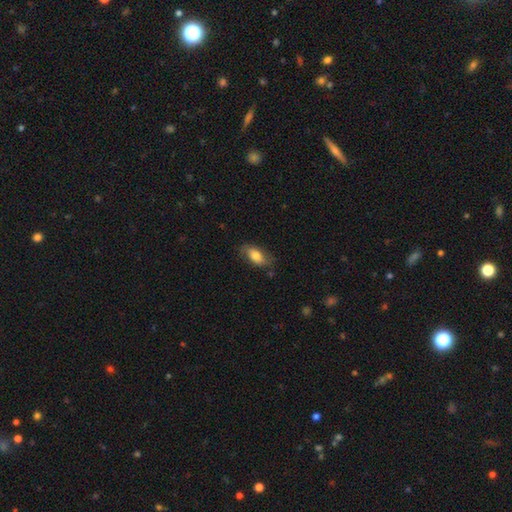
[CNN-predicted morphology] A smooth galaxy with no disk features (71%) that is in between round and cigar-shaped (89%).

Vote fractions:
- Smooth or featured? smooth: 71% / featured or disk: 23% / star or artifact: 6%
- How rounded? in between: 89% / cigar-shaped: 6% / round: 4%
- Merging? none: 72% / minor disturbance: 21% / major disturbance: 6% / merger: 2%